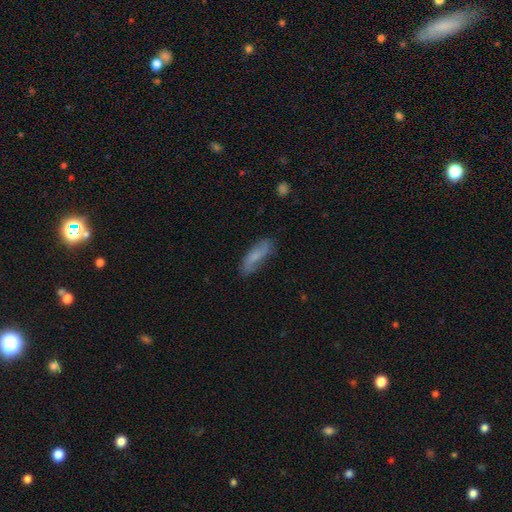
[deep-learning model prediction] This appears to be a smooth galaxy with no disk features (67%) that is in between round and cigar-shaped (53%). Merging: none (69%).